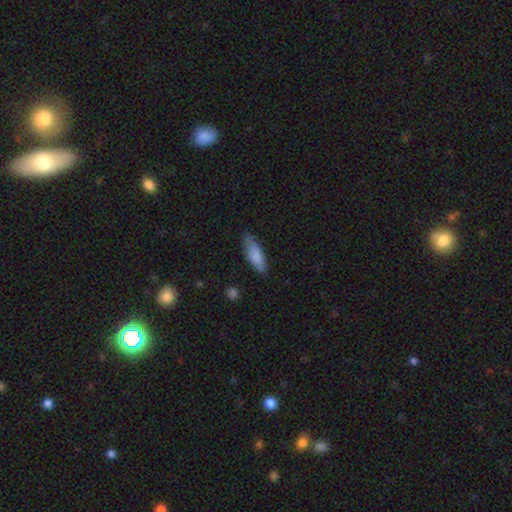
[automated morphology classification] This is clearly a smooth galaxy (82%). How rounded: possibly in between (59%). Merging: likely none (78%).